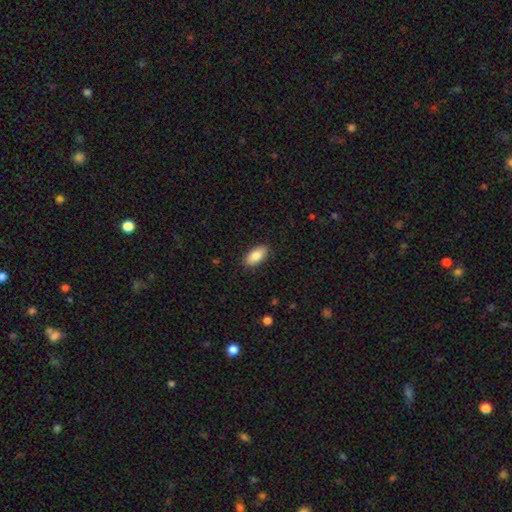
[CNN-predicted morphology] Smooth or featured? smooth (86%)
How rounded? in between (92%)
Merging? none (88%)